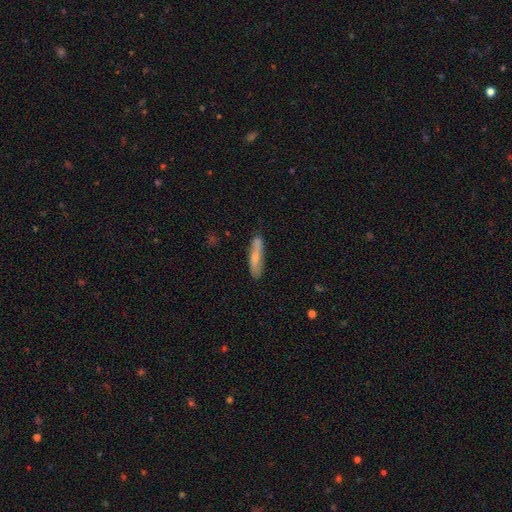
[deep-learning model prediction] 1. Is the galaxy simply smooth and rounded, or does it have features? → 56% smooth, 38% featured or disk, 6% star or artifact.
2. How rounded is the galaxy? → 79% cigar-shaped, 19% in between, 2% round.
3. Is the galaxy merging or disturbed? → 78% none, 16% minor disturbance, 3% major disturbance, 3% merger.